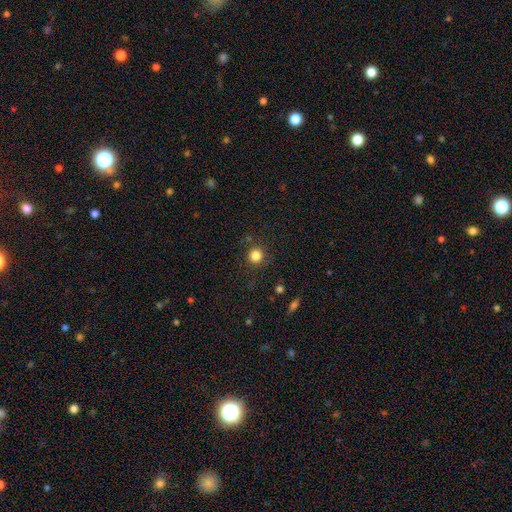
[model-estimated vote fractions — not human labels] A smooth galaxy with no disk features (82%) that is round (94%). Merging: none (87%).